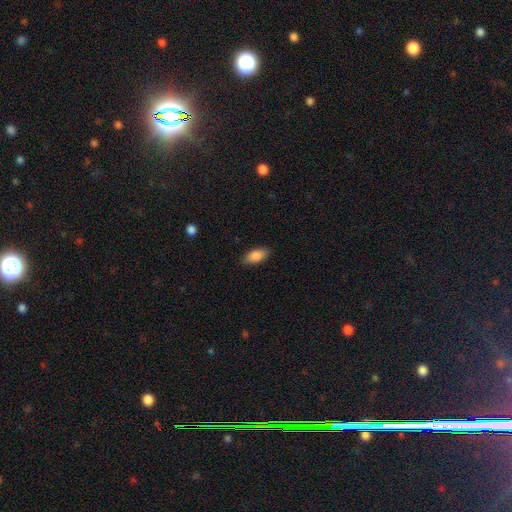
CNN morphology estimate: A smooth galaxy with no disk features (85%) that is in between round and cigar-shaped (89%).

Vote fractions:
- Smooth or featured? smooth: 85% / featured or disk: 8% / star or artifact: 7%
- How rounded? in between: 89% / cigar-shaped: 8% / round: 3%
- Merging? none: 86% / minor disturbance: 11% / major disturbance: 2% / merger: 1%